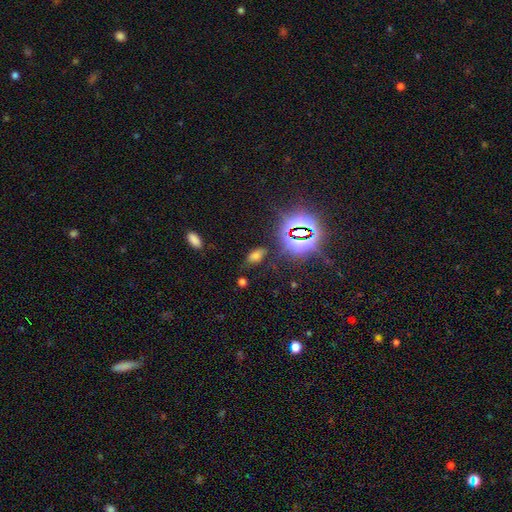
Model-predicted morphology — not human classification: This is possibly a smooth galaxy (57%). How rounded: clearly in between (90%). Merging: likely none (75%).